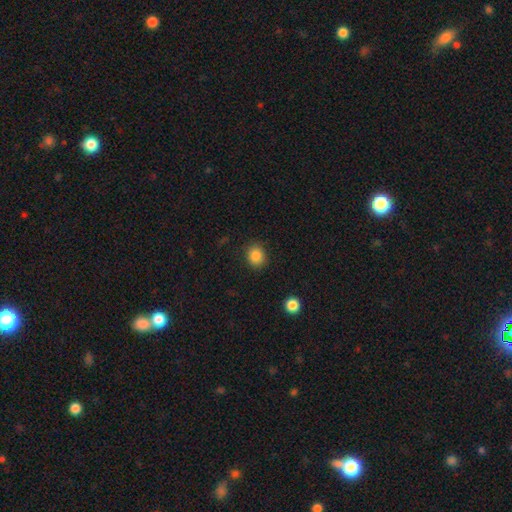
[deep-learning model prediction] A smooth galaxy with no disk features (86%) that is round (73%). Merging: none (88%).